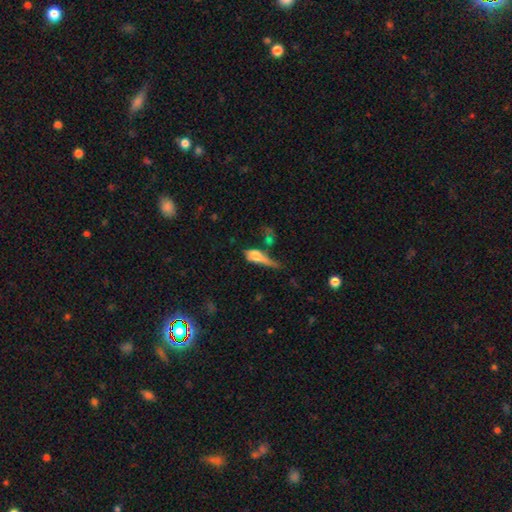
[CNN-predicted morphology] This is possibly a smooth galaxy (57%). How rounded: possibly in between (55%). Merging: marginally major disturbance (35%).